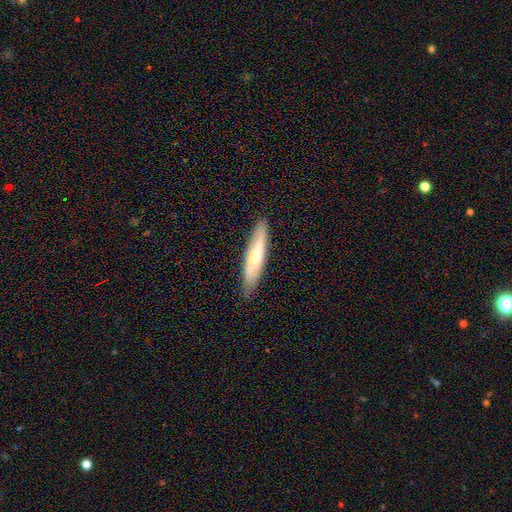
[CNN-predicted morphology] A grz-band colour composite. It shows a smooth galaxy with no disk features (59%) that is cigar-shaped (83%). Merging: none (85%).